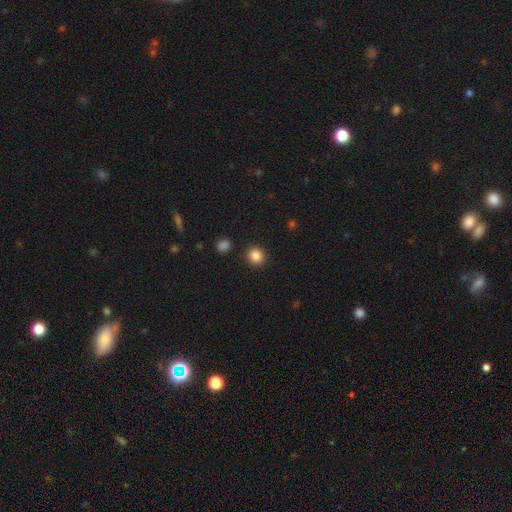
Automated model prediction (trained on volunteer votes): Overall: smooth (86%). How rounded: round (90%). Merging: none (91%).